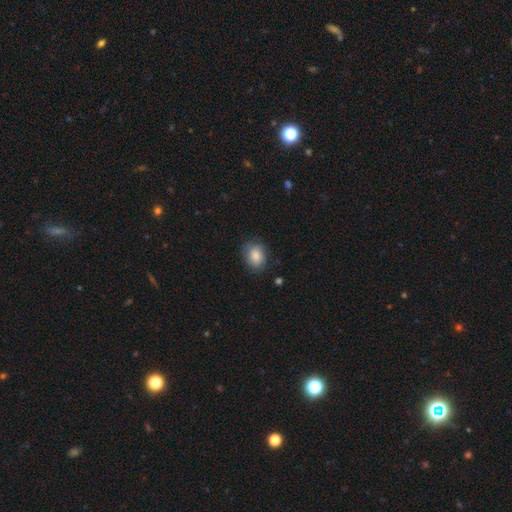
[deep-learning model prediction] A smooth galaxy with no disk features (84%) that is in between round and cigar-shaped (53%). Merging: none (77%).